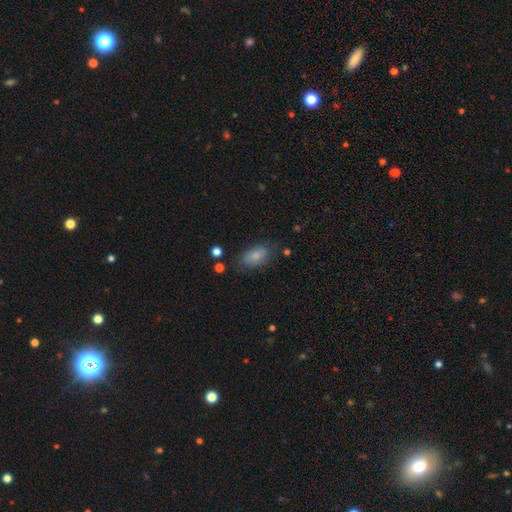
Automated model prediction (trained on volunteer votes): smooth-or-featured: smooth: 82% | featured or disk: 10% | star or artifact: 8%
  how-rounded: in between: 91% | round: 5% | cigar-shaped: 4%
  merging: none: 73% | minor disturbance: 19% | major disturbance: 6% | merger: 2%